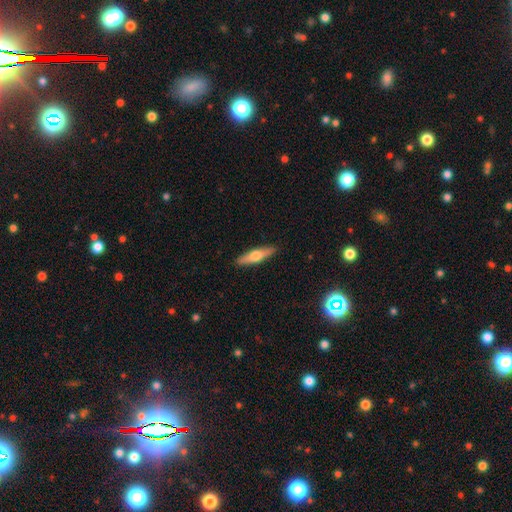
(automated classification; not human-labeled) Q: Smooth or featured?
A: smooth (49%); runner-up: featured or disk (45%)
Q: Merging?
A: none (91%); runner-up: minor disturbance (7%)